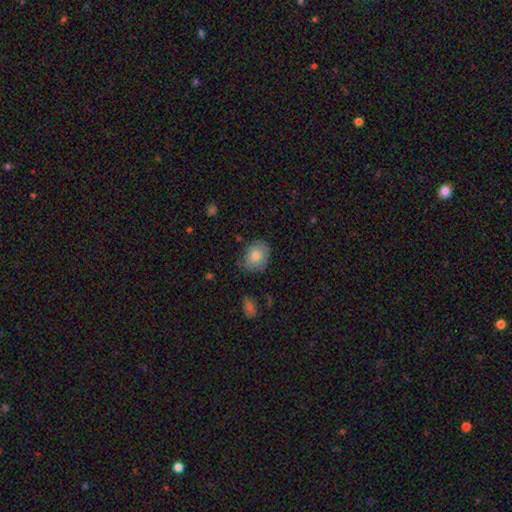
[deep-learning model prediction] smooth 76%, featured or disk 16%, star or artifact 8%. Down the decision tree: how rounded — round (56%); merging — none (73%).